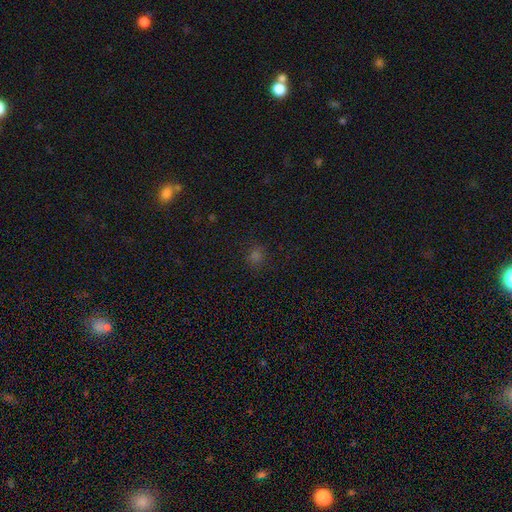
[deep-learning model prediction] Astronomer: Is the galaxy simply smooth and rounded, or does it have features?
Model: smooth — 68%.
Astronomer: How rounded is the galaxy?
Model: round — 83%.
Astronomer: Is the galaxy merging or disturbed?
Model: none — 86%.